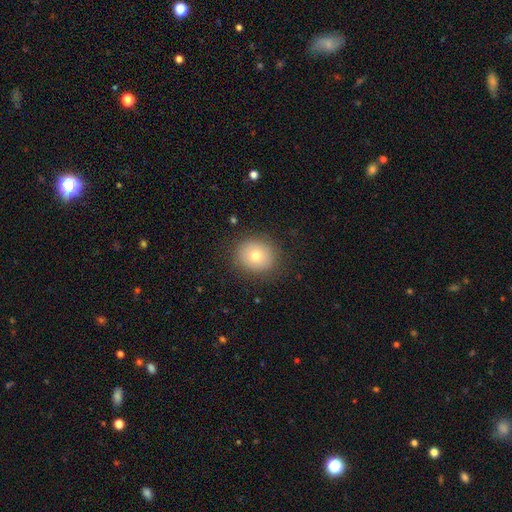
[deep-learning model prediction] Smooth or featured? smooth (73%)
How rounded? round (80%)
Merging? none (87%)